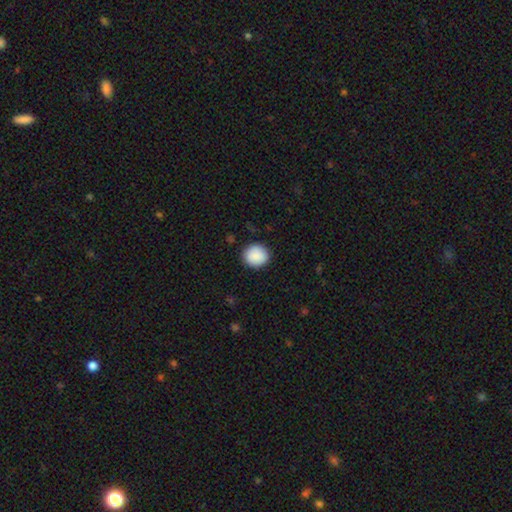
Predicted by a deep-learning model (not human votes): smooth_or_featured: smooth (p=0.89) [alt: star or artifact p=0.07]
how_rounded: round (p=0.79) [alt: in between p=0.20]
merging: none (p=0.88) [alt: minor disturbance p=0.09]